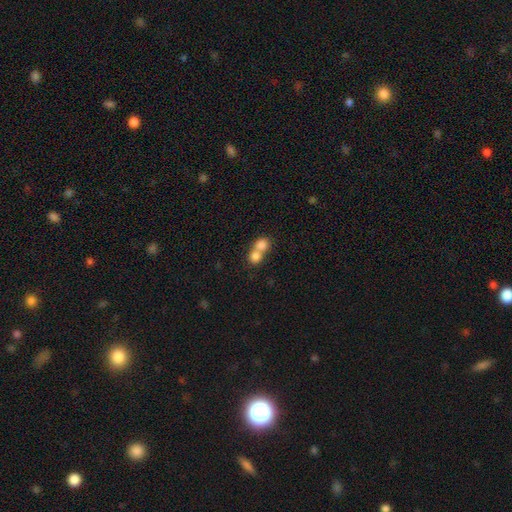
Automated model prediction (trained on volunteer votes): A smooth galaxy with no disk features (79%) that is round (78%).

Vote fractions:
- Smooth or featured? smooth: 79% / featured or disk: 11% / star or artifact: 9%
- How rounded? round: 78% / in between: 21% / cigar-shaped: 1%
- Merging? merger: 67% / none: 27% / minor disturbance: 4% / major disturbance: 2%